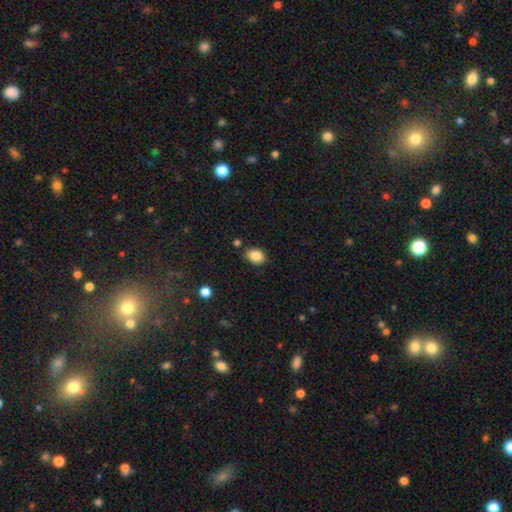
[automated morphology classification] Smooth or featured: smooth — 86% (star or artifact — 9%)
How rounded: in between — 67% (round — 32%)
Merging: none — 79% (minor disturbance — 14%)